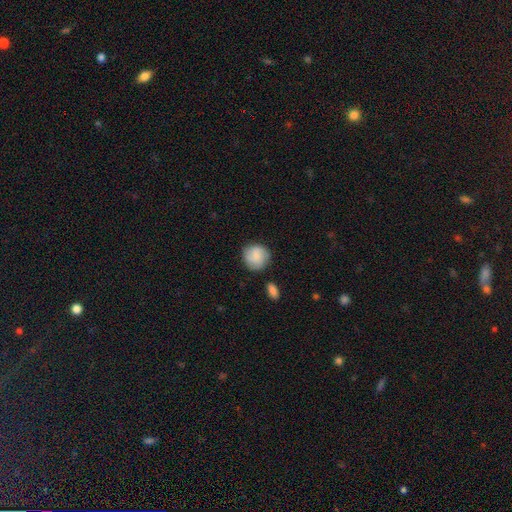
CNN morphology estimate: Overall: smooth (72%). How rounded: round (87%). Merging: none (76%).